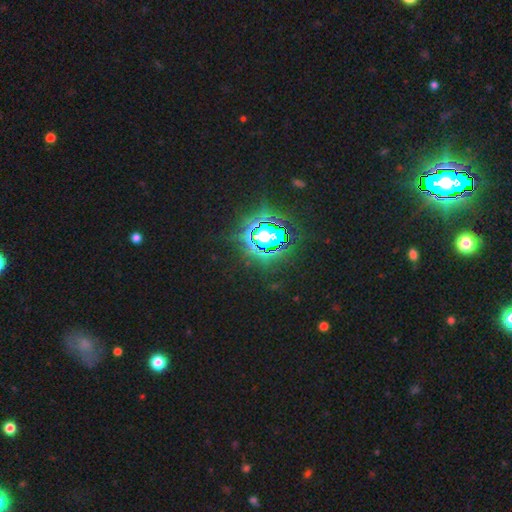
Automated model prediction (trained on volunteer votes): Q: Smooth or featured?
A: star or artifact (83%); runner-up: smooth (10%)